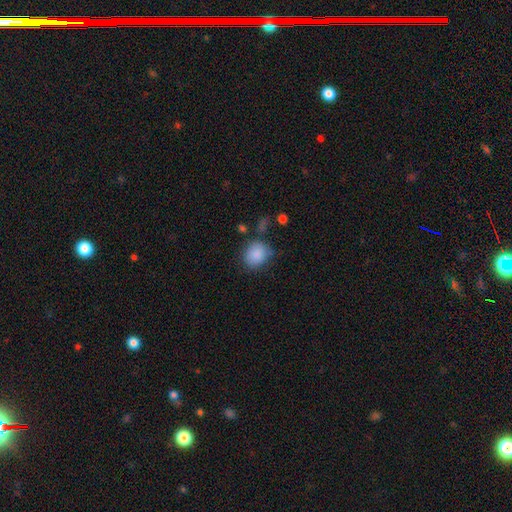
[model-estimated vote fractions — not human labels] Smooth or featured? smooth (86%)
How rounded? round (67%)
Merging? none (66%)